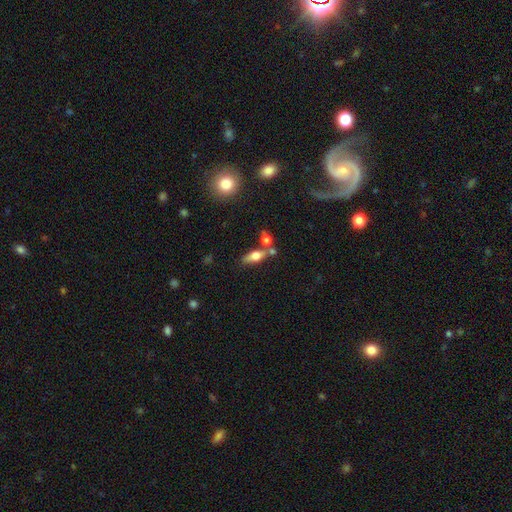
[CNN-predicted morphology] Smooth or featured? smooth (56%)
How rounded? in between (61%)
Merging? none (56%)